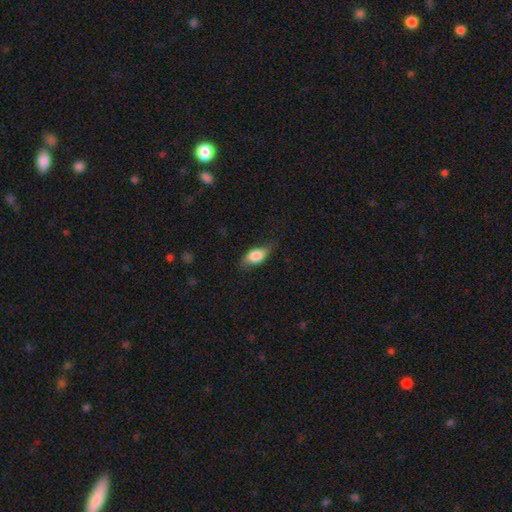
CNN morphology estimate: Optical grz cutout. It shows a smooth galaxy with no disk features (70%) that is in between round and cigar-shaped (82%). Merging: none (69%).